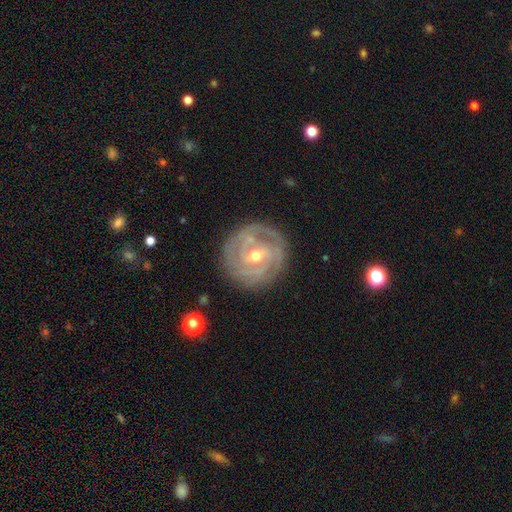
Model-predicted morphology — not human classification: This is clearly a featured or disk galaxy (86%). It is clearly not viewed edge-on (97%). Bar: marginally weak (44%). Spiral arm pattern: clearly yes (94%). Spiral arm count: marginally 3 (29%). Spiral winding: likely tight (77%). Central bulge: possibly moderate (58%). Merging: clearly none (82%).